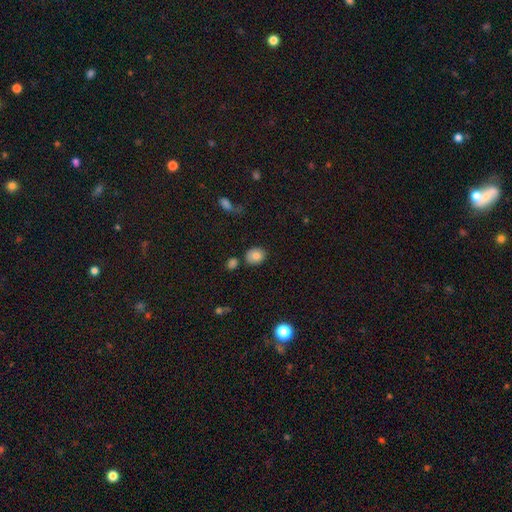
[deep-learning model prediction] Smooth or featured?
  - smooth: 79% *
  - featured or disk: 11%
  - star or artifact: 10%
How rounded?
  - round: 55% *
  - in between: 44%
  - cigar-shaped: 1%
Merging?
  - none: 78% *
  - minor disturbance: 13%
  - merger: 6%
  - major disturbance: 4%